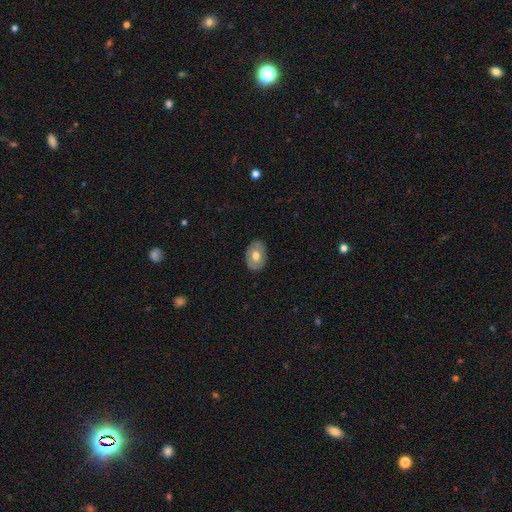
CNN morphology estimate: Q: Smooth or featured?
A: smooth (53%); runner-up: featured or disk (41%)
Q: How rounded?
A: in between (80%); runner-up: round (19%)
Q: Merging?
A: none (83%); runner-up: minor disturbance (13%)